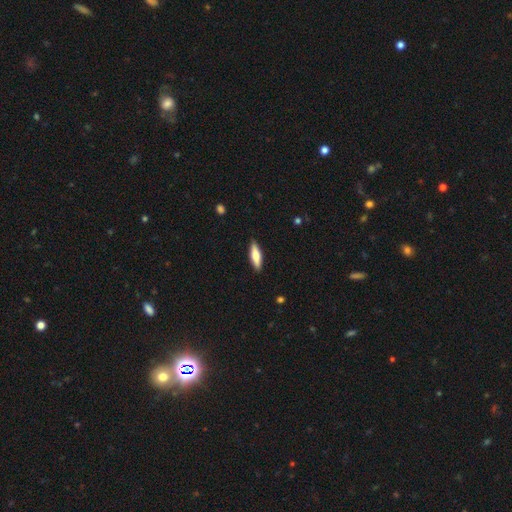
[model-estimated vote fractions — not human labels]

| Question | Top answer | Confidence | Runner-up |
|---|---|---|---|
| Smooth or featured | smooth | 66% | featured or disk (28%) |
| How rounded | cigar-shaped | 59% | in between (39%) |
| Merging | none | 88% | minor disturbance (9%) |